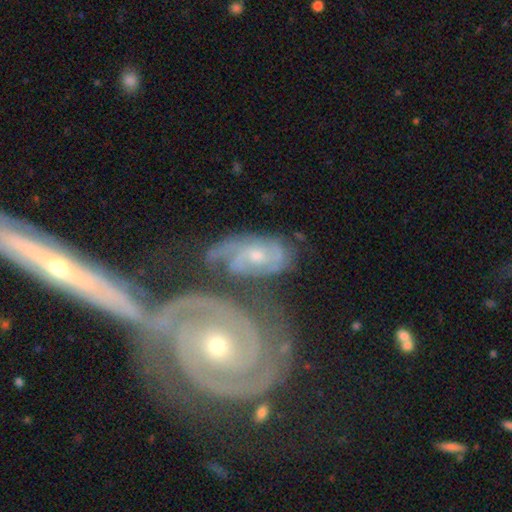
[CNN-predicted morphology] smooth_or_featured: featured or disk (p=0.83) [alt: smooth p=0.11]
disk_edge_on: no (p=0.96) [alt: yes p=0.04]
bar: no (p=0.68) [alt: weak p=0.25]
has_spiral_arms: yes (p=0.94) [alt: no p=0.06]
spiral_winding: tight (p=0.62) [alt: medium p=0.32]
spiral_arm_count: 2 (p=0.54) [alt: 3 p=0.17]
bulge_size: small (p=0.55) [alt: moderate p=0.41]
merging: none (p=0.40) [alt: merger p=0.32]